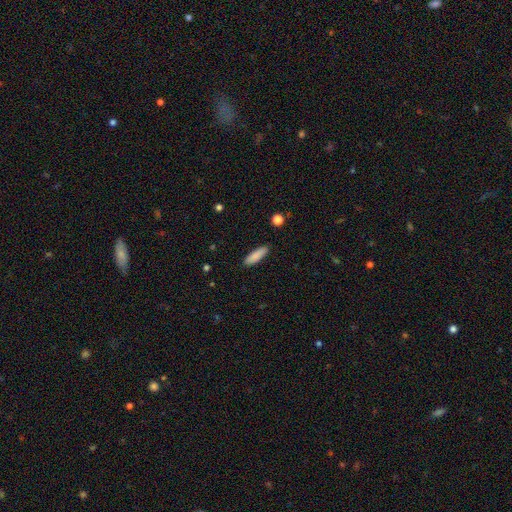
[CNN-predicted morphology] smooth 87%, featured or disk 7%, star or artifact 6%. Down the decision tree: how rounded — cigar-shaped (57%); merging — none (89%).